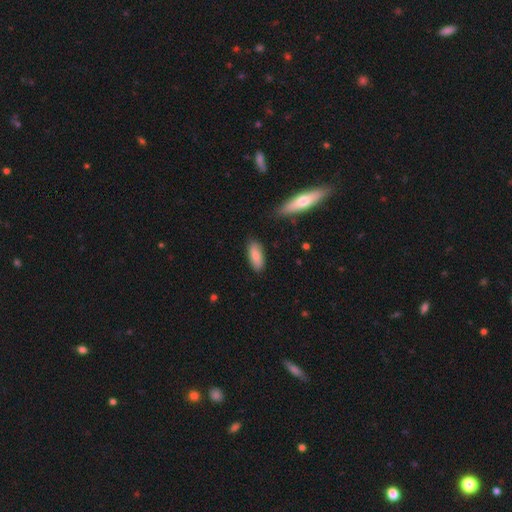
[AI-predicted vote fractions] Smooth or featured? smooth (86%)
How rounded? in between (77%)
Merging? none (84%)